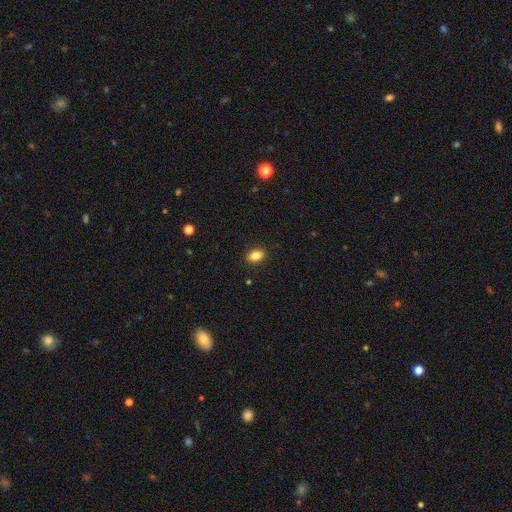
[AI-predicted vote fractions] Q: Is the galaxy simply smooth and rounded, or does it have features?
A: smooth — 86%.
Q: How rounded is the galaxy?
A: in between — 82%.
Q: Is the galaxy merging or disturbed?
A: none — 89%.